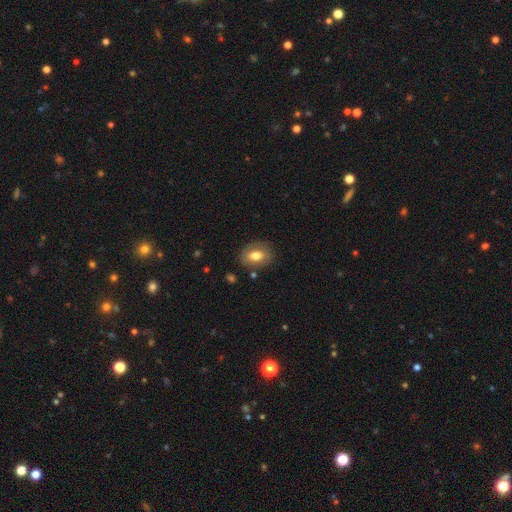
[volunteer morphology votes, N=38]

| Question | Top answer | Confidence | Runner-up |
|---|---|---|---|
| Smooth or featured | smooth | 74% | featured or disk (26%) |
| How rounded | round | 54% | in between (46%) |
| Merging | none | 76% | minor disturbance (11%) |